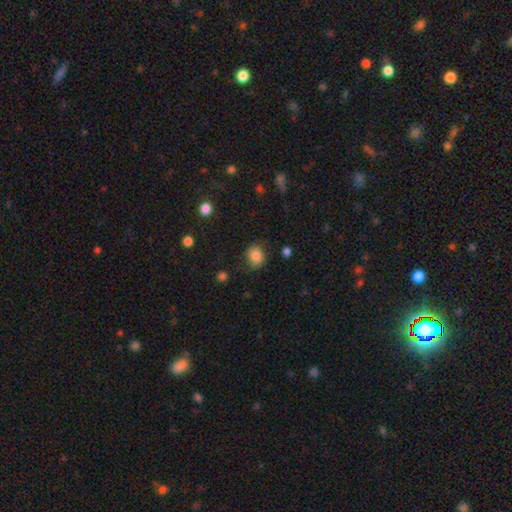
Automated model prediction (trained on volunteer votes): smooth 82%, star or artifact 10%, featured or disk 8%. Down the decision tree: how rounded — round (62%); merging — none (72%).